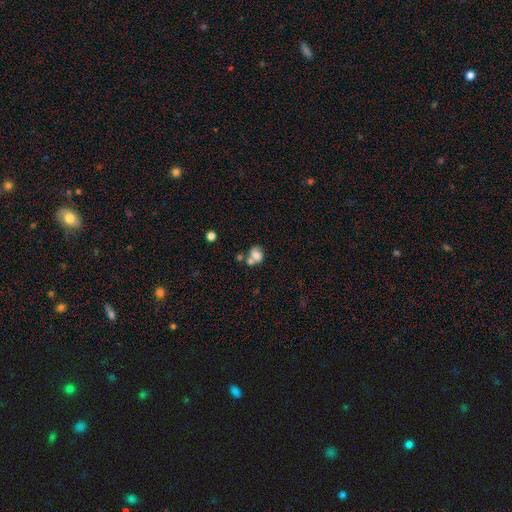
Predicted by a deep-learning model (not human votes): Morphology: type=smooth (73%); roundness=round (53%); merging=merger (46%).